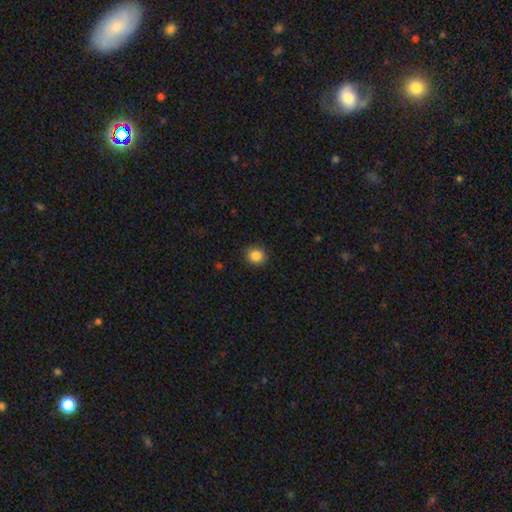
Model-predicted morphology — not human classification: Q: Smooth or featured?
A: smooth (86%); runner-up: star or artifact (10%)
Q: How rounded?
A: round (84%); runner-up: in between (15%)
Q: Merging?
A: none (89%); runner-up: minor disturbance (7%)